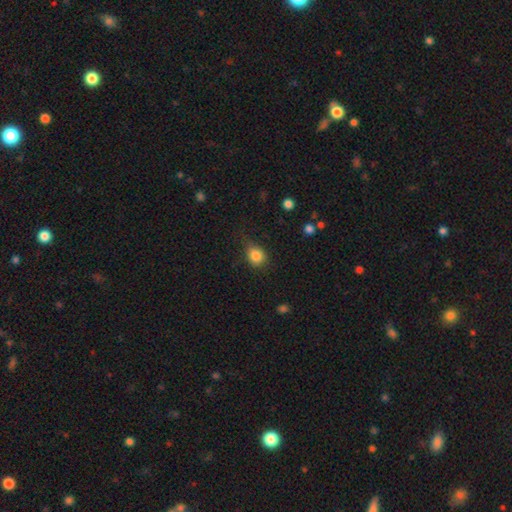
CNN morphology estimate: A smooth galaxy with no disk features (84%) that is round (72%). Merging: none (67%).